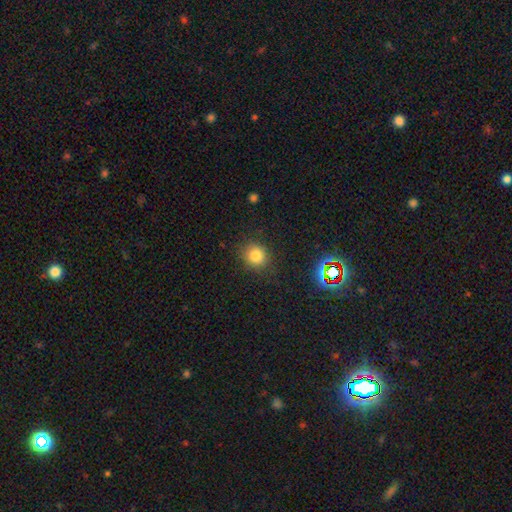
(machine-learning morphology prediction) smooth_or_featured: smooth (p=0.79) [alt: star or artifact p=0.14]
how_rounded: round (p=0.82) [alt: in between p=0.17]
merging: none (p=0.86) [alt: minor disturbance p=0.10]